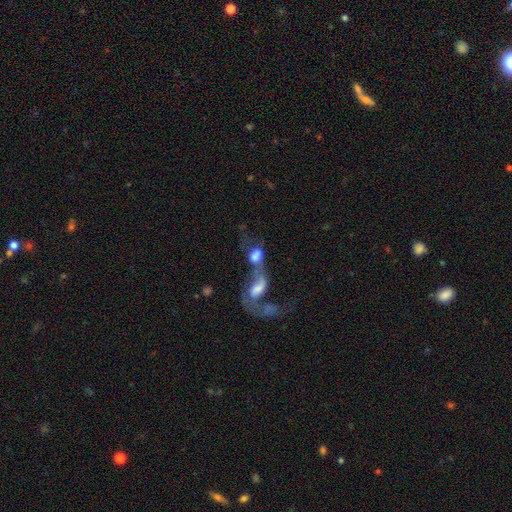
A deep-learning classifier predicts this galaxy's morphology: The model was most divided on "smooth or featured": smooth: 46%, featured or disk: 42%, star or artifact: 11%. More confident: merging — merger (80%).